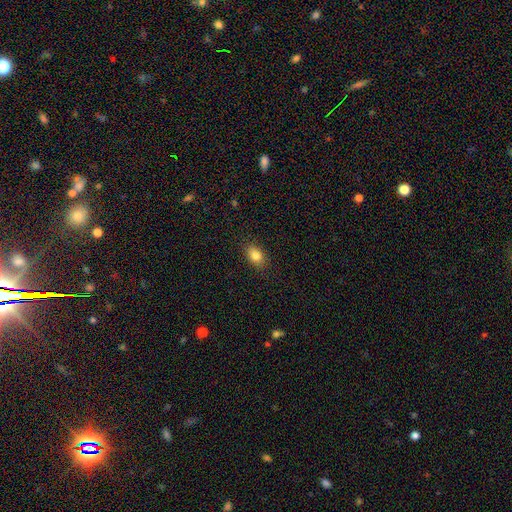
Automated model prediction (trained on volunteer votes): Smooth or featured?
  - smooth: 82% *
  - star or artifact: 9%
  - featured or disk: 9%
How rounded?
  - in between: 83% *
  - round: 15%
  - cigar-shaped: 2%
Merging?
  - none: 87% *
  - minor disturbance: 10%
  - major disturbance: 2%
  - merger: 1%